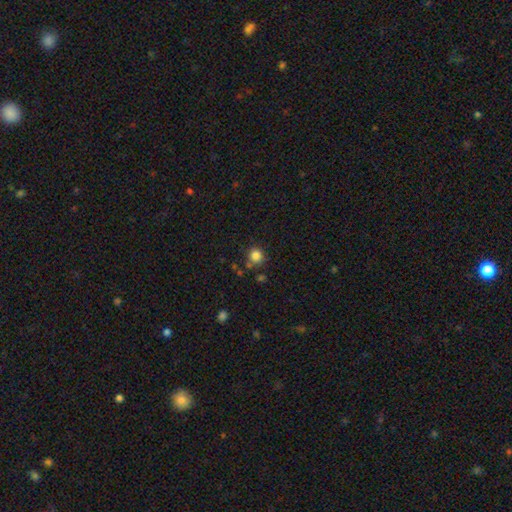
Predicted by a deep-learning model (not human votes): Smooth or featured? Predicted: smooth (p=0.84). How rounded? Predicted: round (p=0.90). Merging? Predicted: none (p=0.76).